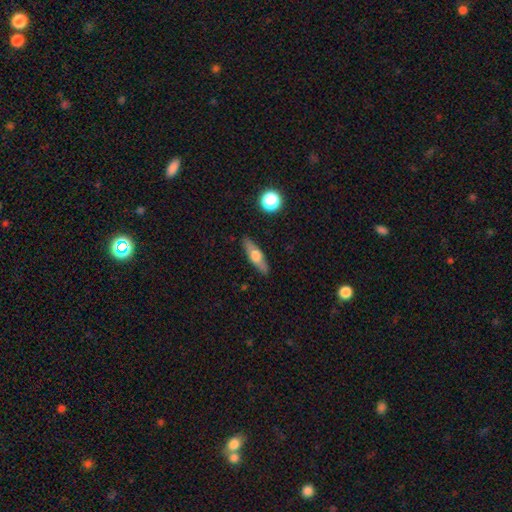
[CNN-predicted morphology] Overall: smooth (49%; featured or disk 44%). Merging: none (87%).